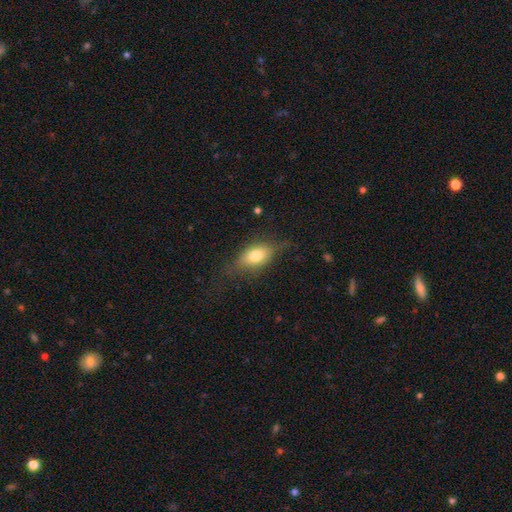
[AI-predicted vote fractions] A smooth galaxy with no disk features (71%) that is in between round and cigar-shaped (81%).

Vote fractions:
- Smooth or featured? smooth: 71% / featured or disk: 21% / star or artifact: 8%
- How rounded? in between: 81% / round: 12% / cigar-shaped: 7%
- Merging? none: 65% / minor disturbance: 23% / major disturbance: 11% / merger: 1%